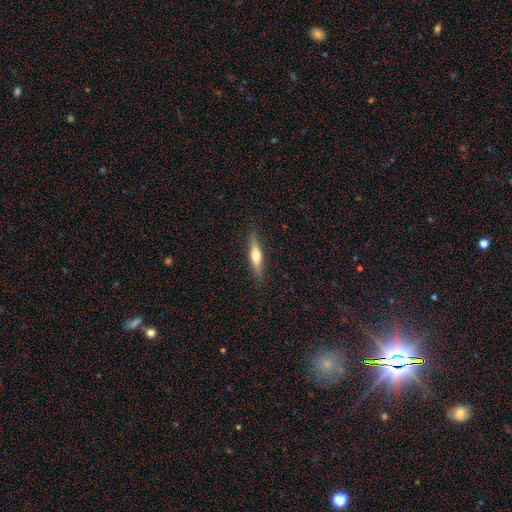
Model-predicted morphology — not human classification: This appears to be a smooth galaxy with no disk features (47%, tied with featured or disk). Merging: none (88%).